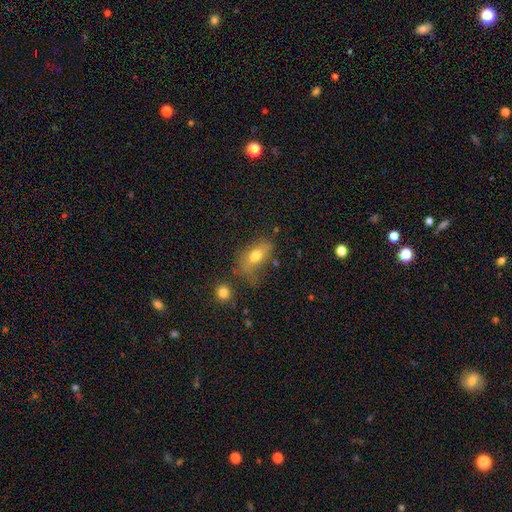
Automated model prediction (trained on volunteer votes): A smooth galaxy with no disk features (72%) that is in between round and cigar-shaped (85%). Merging: none (45%).